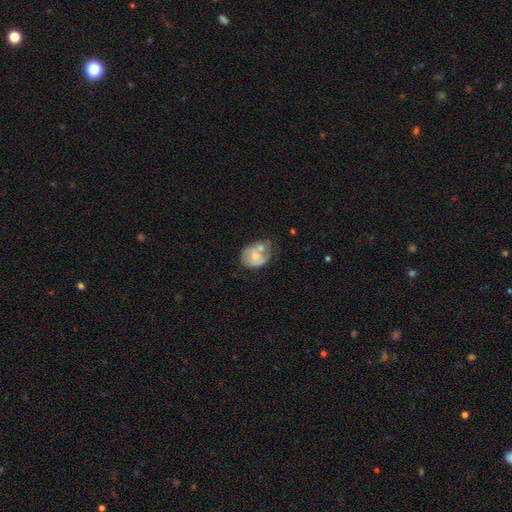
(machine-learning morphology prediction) smooth-or-featured: smooth: 47% | featured or disk: 46% | star or artifact: 7%
  merging: none: 34% | minor disturbance: 26% | merger: 26% | major disturbance: 14%